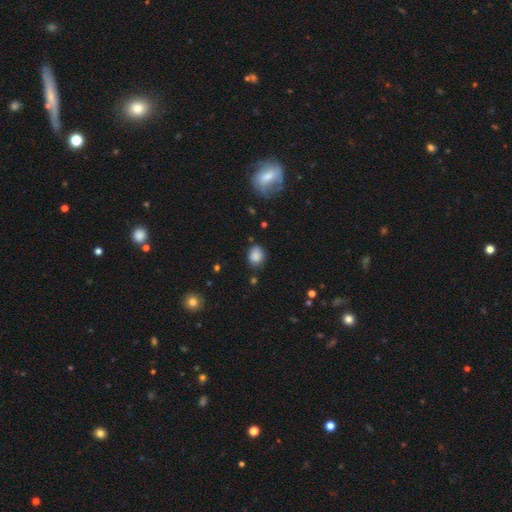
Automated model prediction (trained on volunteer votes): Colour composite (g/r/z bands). It shows a smooth galaxy with no disk features (85%) that is round (50%). Merging: none (76%).